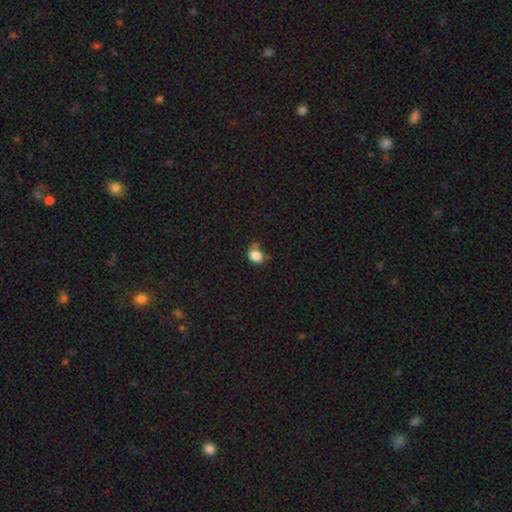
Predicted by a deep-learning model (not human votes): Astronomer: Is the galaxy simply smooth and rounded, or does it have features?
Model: smooth — 83%.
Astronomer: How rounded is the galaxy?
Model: in between — 63%.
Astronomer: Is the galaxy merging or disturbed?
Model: none — 48% (runner-up: minor disturbance, 32%).